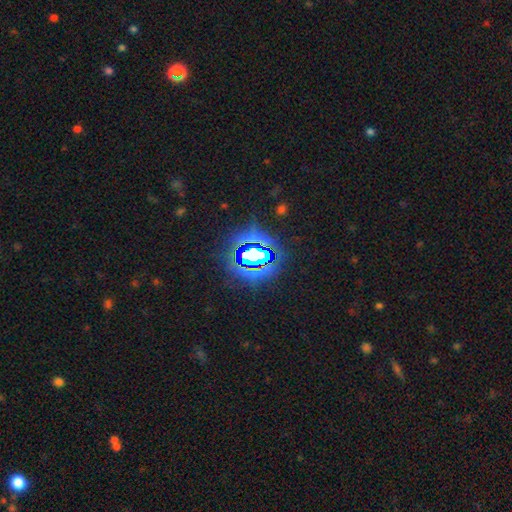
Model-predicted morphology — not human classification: smooth-or-featured: star or artifact: 75% | smooth: 14% | featured or disk: 12%